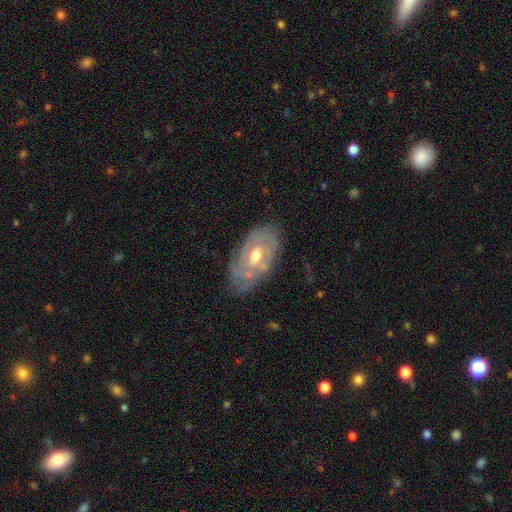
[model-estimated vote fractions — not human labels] Overall: featured or disk (73%). Edge-on disk: no (92%). Bar: no (50%; weak 40%). Spiral arms: yes (67%; no 33%). Bulge size: moderate (74%). Merging: none (64%; minor disturbance 25%).